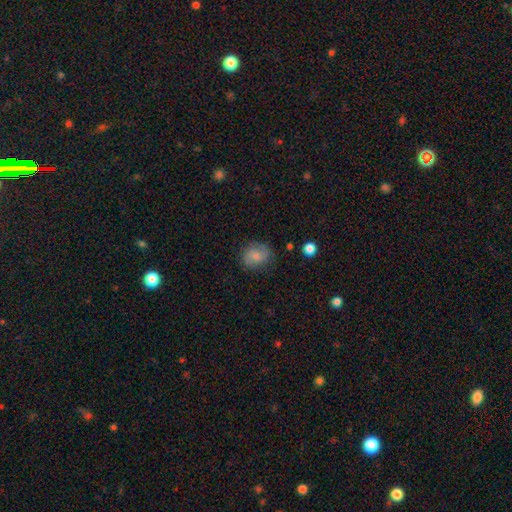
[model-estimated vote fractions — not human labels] This is likely a smooth galaxy (65%). How rounded: likely round (60%). Merging: likely none (77%).